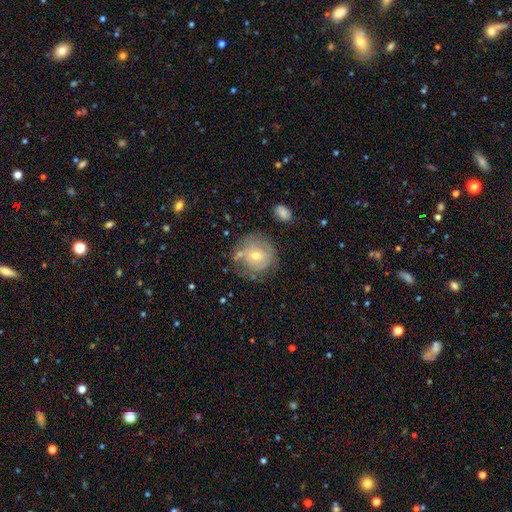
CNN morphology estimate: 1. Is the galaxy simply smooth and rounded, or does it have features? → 53% smooth, 38% featured or disk, 9% star or artifact.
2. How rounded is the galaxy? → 90% round, 9% in between, 1% cigar-shaped.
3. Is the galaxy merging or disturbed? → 65% none, 20% minor disturbance, 8% major disturbance, 6% merger.